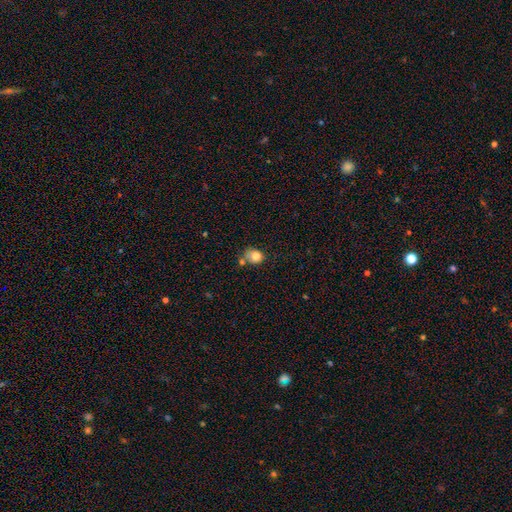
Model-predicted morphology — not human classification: Smooth or featured: smooth — 77% (featured or disk — 12%)
How rounded: round — 67% (in between — 32%)
Merging: none — 52% (merger — 21%)